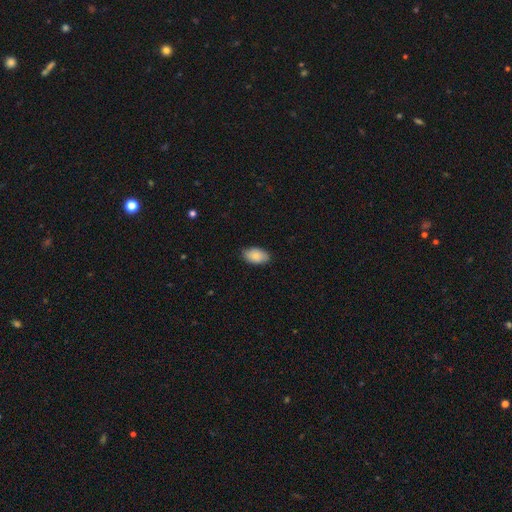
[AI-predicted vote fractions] This is clearly a smooth galaxy (85%). How rounded: clearly in between (93%). Merging: clearly none (83%).